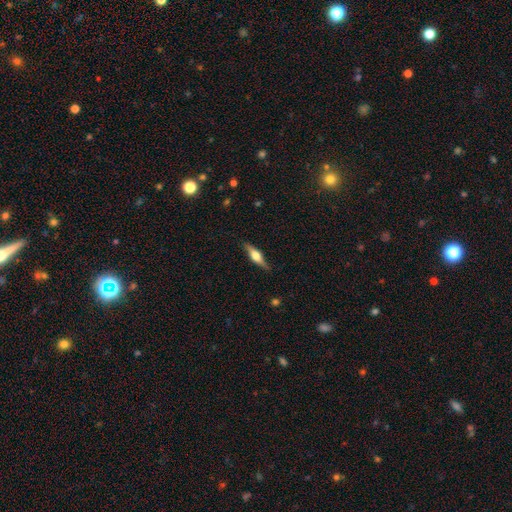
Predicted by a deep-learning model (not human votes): Smooth or featured: featured or disk — 61% (smooth — 34%)
Edge-on disk: yes — 95% (no — 5%)
Edge-on bulge: rounded — 91% (boxy — 7%)
Merging: none — 85% (minor disturbance — 11%)